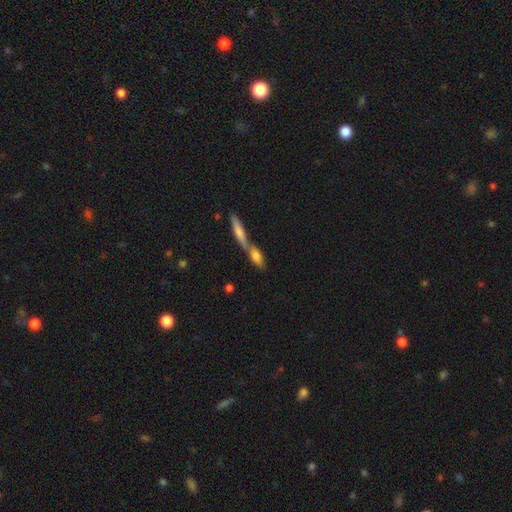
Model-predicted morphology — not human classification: Overall: smooth (69%). How rounded: in between (57%; cigar-shaped 38%). Merging: merger (59%; none 31%).